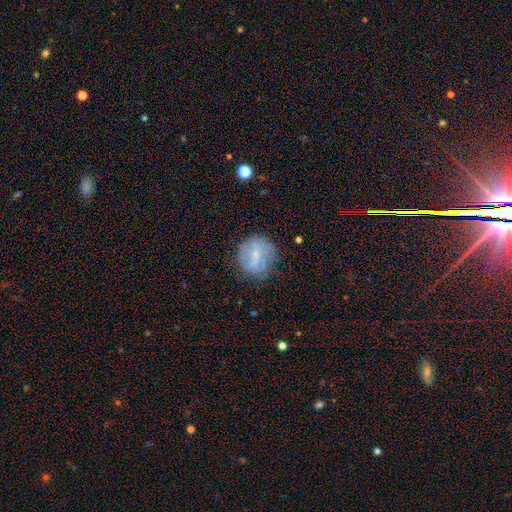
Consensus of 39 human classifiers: Smooth or featured? 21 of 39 (54%) said featured or disk. Edge-on disk? 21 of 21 (100%) said no. Bar? 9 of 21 (43%, tied with no) said weak. Spiral arms? 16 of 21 (76%) said no. Bulge size? 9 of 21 (43%) said moderate. Merging? 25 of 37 (68%) said none.